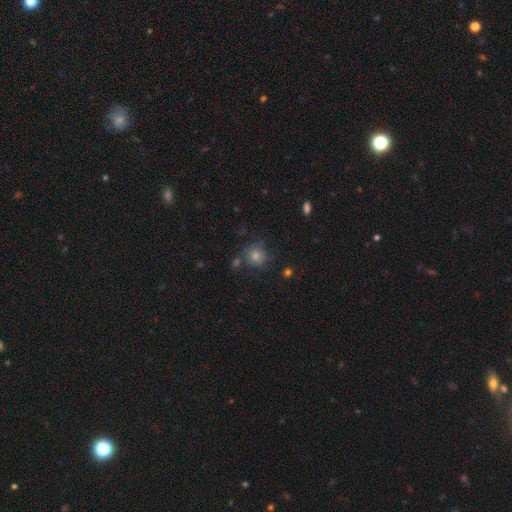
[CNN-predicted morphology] A smooth galaxy with no disk features (68%) that is round (87%). Merging: none (72%).